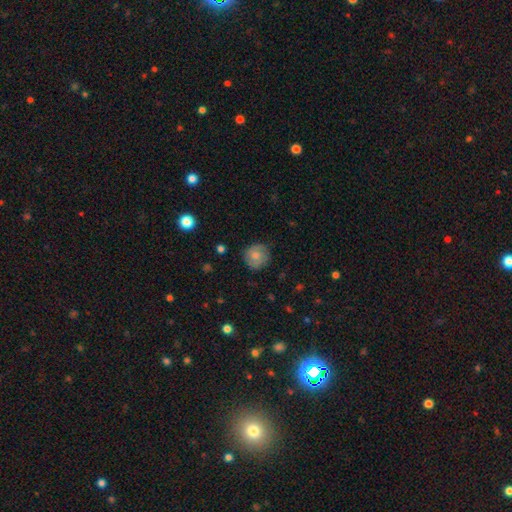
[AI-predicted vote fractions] A smooth galaxy with no disk features (67%) that is round (89%). Merging: none (80%).